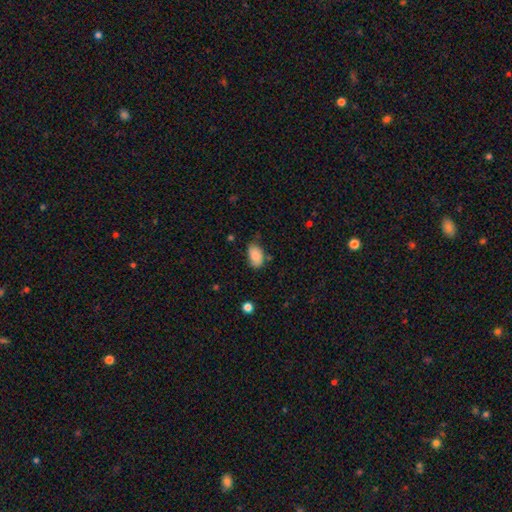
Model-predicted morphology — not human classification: Smooth or featured? Predicted: smooth (p=0.83). How rounded? Predicted: in between (p=0.91). Merging? Predicted: none (p=0.62).